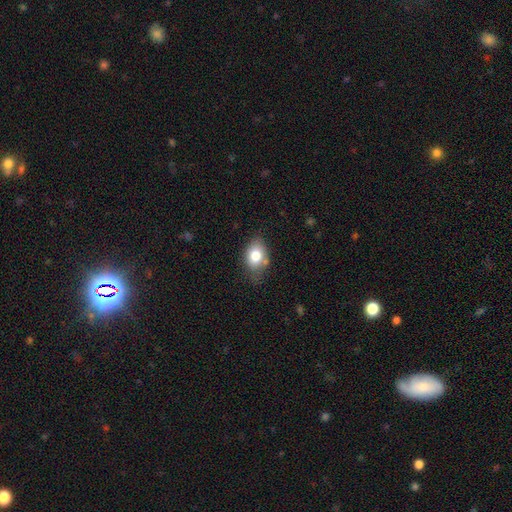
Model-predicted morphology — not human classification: Smooth or featured? Predicted: smooth (p=0.77). How rounded? Predicted: in between (p=0.74). Merging? Predicted: none (p=0.63).